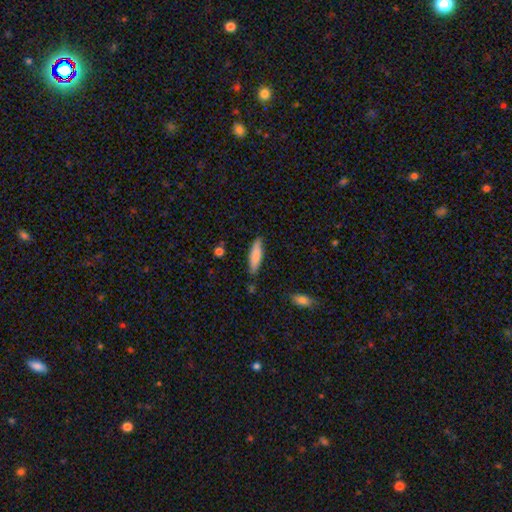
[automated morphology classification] Smooth or featured? Predicted: smooth (p=0.81). How rounded? Predicted: cigar-shaped (p=0.67). Merging? Predicted: none (p=0.84).